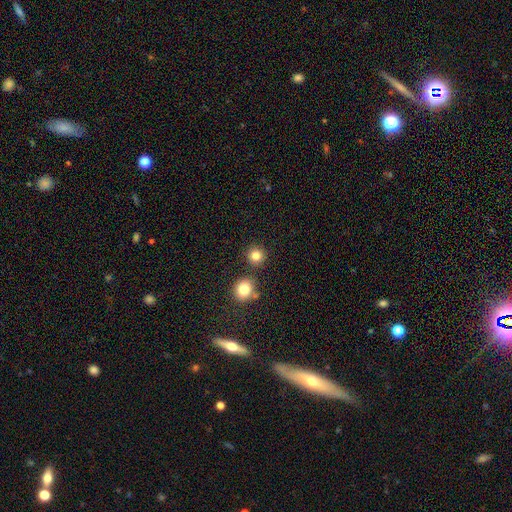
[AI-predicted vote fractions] This appears to be a smooth galaxy with no disk features (82%) that is round (91%). Merging: none (82%).